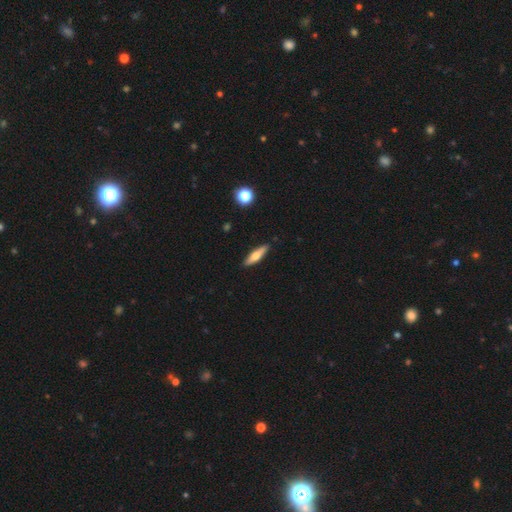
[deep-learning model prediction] Morphology: type=smooth (56%); roundness=cigar-shaped (70%); merging=none (89%).